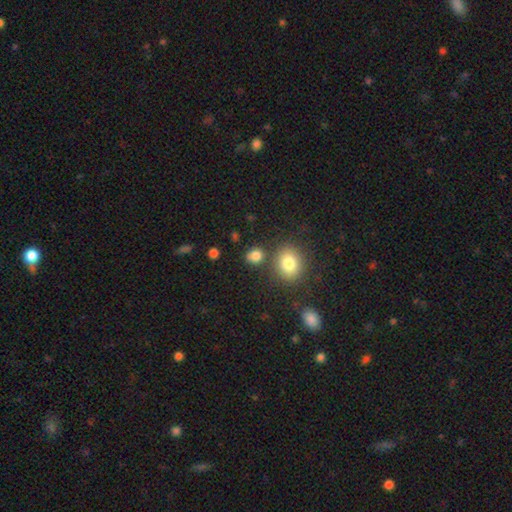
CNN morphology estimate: Smooth or featured: smooth — 83% (star or artifact — 12%)
How rounded: round — 64% (in between — 35%)
Merging: none — 76% (minor disturbance — 11%)